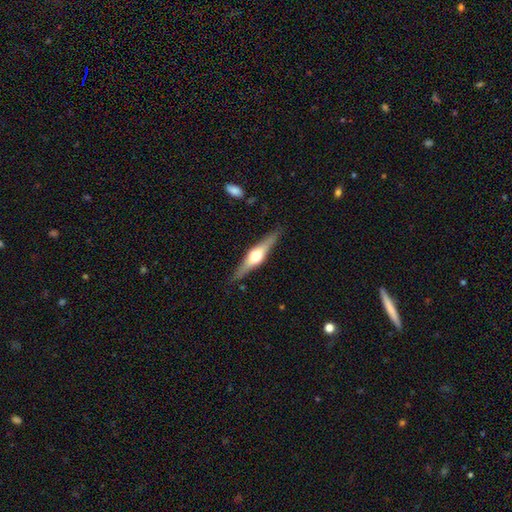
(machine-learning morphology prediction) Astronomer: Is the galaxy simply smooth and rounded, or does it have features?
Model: featured or disk — 76%.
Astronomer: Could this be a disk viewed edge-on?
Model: yes — 98%.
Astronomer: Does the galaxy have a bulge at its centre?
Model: rounded — 94%.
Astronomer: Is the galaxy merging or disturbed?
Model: none — 88%.